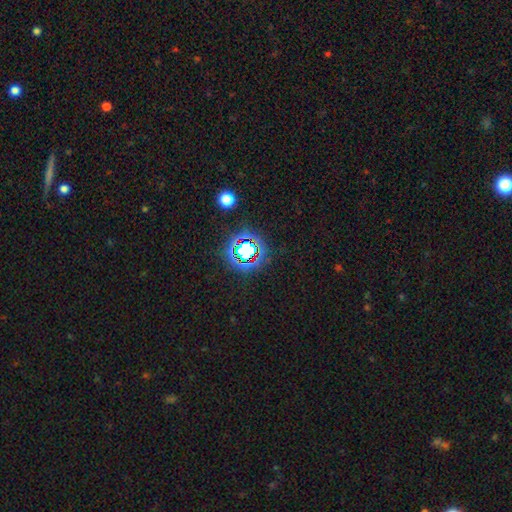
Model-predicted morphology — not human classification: This is likely a star or artifact rather than a galaxy (78%).